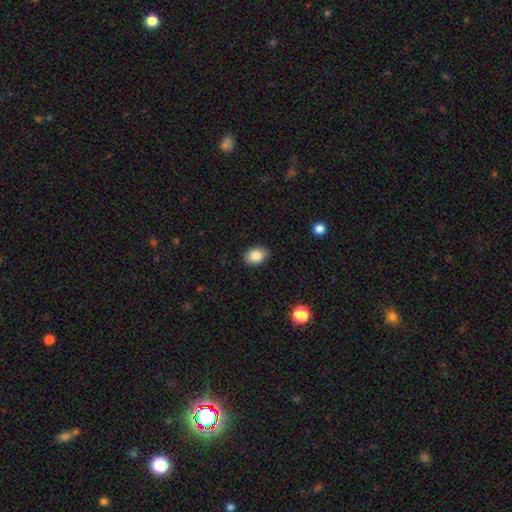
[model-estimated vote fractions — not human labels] Smooth or featured? Predicted: smooth (p=0.86). How rounded? Predicted: in between (p=0.68). Merging? Predicted: none (p=0.88).